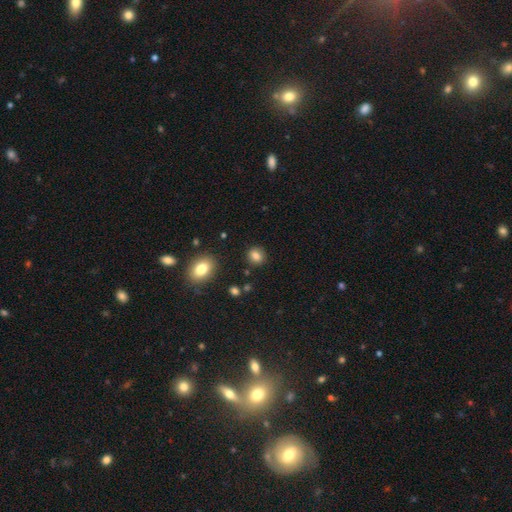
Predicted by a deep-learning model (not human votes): Smooth or featured? Predicted: smooth (p=0.83). How rounded? Predicted: round (p=0.74). Merging? Predicted: none (p=0.87).